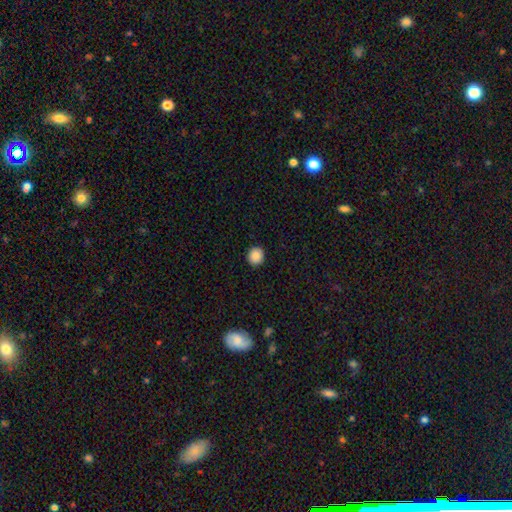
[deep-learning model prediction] Q: Smooth or featured?
A: smooth (88%); runner-up: star or artifact (9%)
Q: How rounded?
A: round (88%); runner-up: in between (11%)
Q: Merging?
A: none (92%); runner-up: minor disturbance (5%)